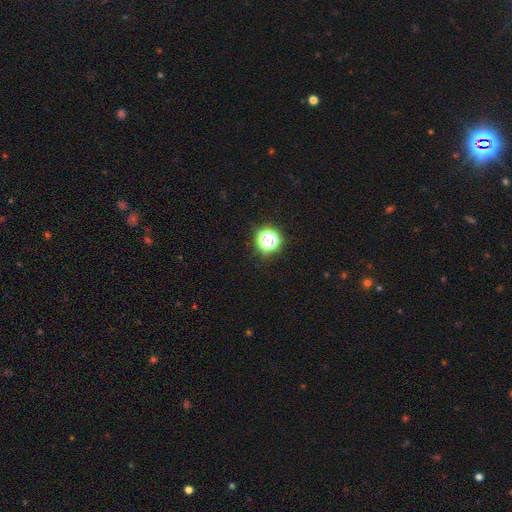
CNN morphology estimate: Q: Smooth or featured?
A: star or artifact (71%); runner-up: smooth (23%)